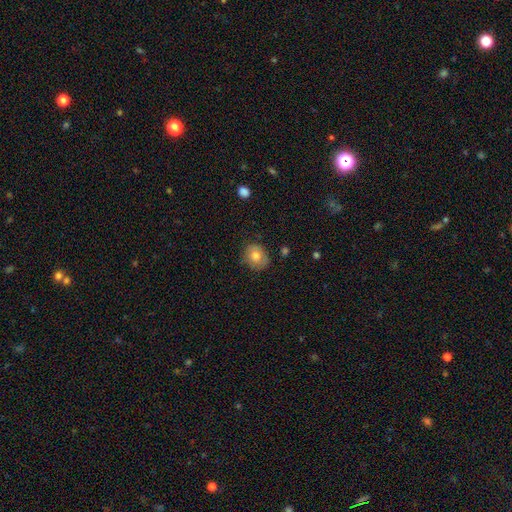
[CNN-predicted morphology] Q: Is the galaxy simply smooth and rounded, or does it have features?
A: smooth — 75%.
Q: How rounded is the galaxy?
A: round — 66%.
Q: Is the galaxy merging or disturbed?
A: none — 74%.